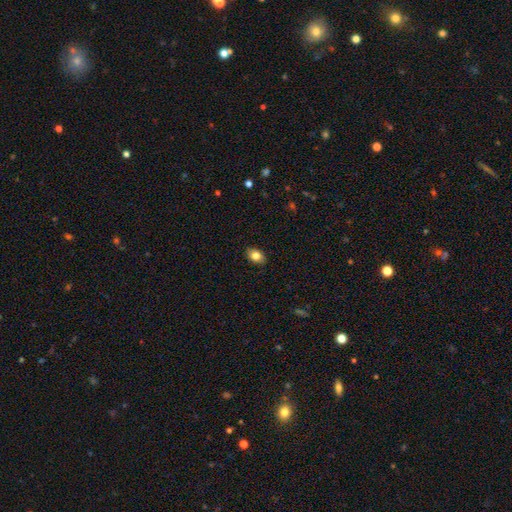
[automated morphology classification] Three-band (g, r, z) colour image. It shows a smooth galaxy with no disk features (83%) that is in between round and cigar-shaped (81%). Merging: none (87%).